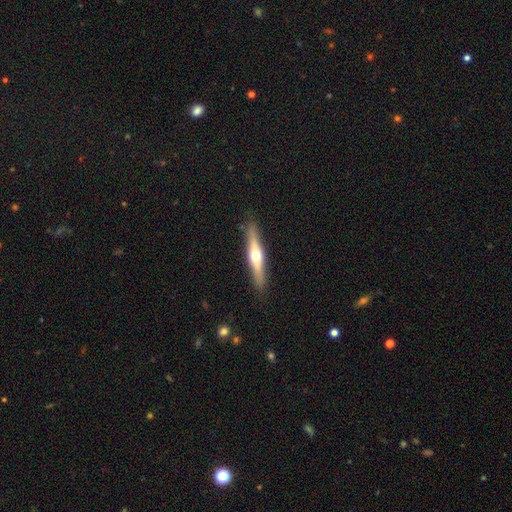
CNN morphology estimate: Overall: featured or disk (59%; smooth 36%). Edge-on disk: yes (93%). Edge-on bulge: rounded (94%). Merging: none (89%).